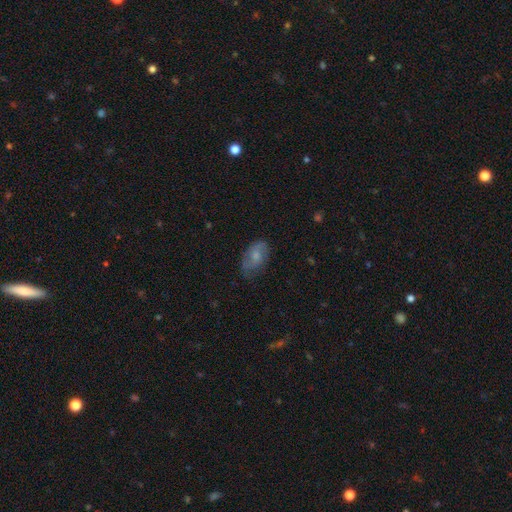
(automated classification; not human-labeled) Smooth or featured?
  - smooth: 57% *
  - featured or disk: 35%
  - star or artifact: 8%
How rounded?
  - in between: 90% *
  - round: 7%
  - cigar-shaped: 3%
Merging?
  - none: 62% *
  - minor disturbance: 27%
  - major disturbance: 9%
  - merger: 1%